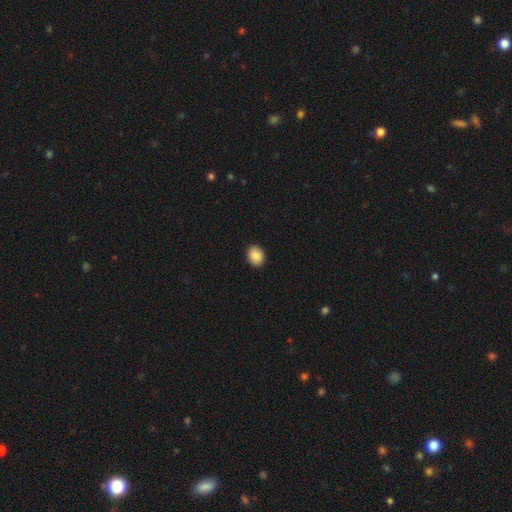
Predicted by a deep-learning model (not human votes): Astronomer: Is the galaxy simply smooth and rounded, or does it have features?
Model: smooth — 88%.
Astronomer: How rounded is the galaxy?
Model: in between — 53% (runner-up: round, 46%).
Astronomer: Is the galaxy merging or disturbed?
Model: none — 91%.